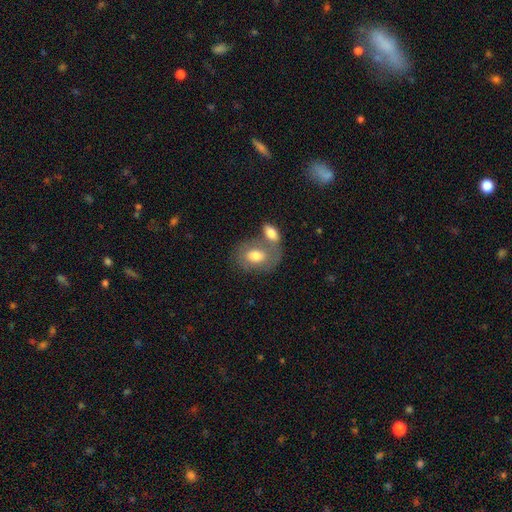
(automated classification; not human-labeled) smooth 67%, featured or disk 27%, star or artifact 6%. Down the decision tree: how rounded — in between (75%); merging — merger (43%).